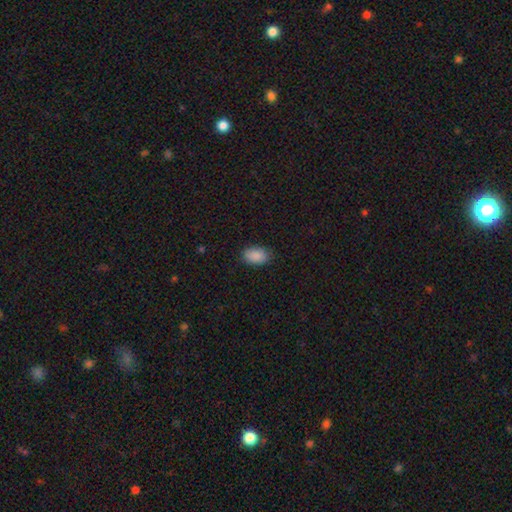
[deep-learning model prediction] Smooth or featured?
  - smooth: 89% *
  - star or artifact: 7%
  - featured or disk: 3%
How rounded?
  - in between: 90% *
  - round: 9%
  - cigar-shaped: 1%
Merging?
  - none: 84% *
  - minor disturbance: 12%
  - major disturbance: 3%
  - merger: 1%